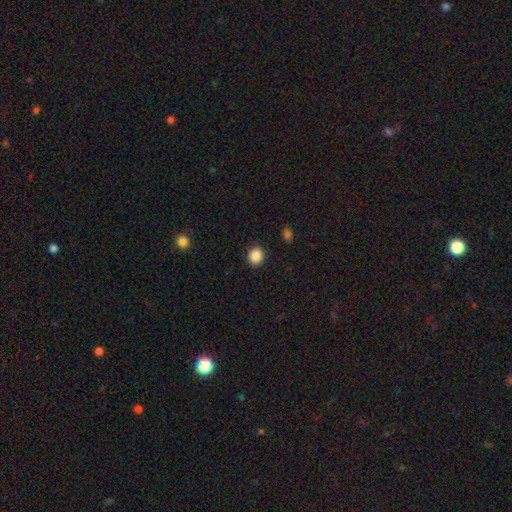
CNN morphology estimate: Overall: smooth (88%). How rounded: round (75%). Merging: none (90%).